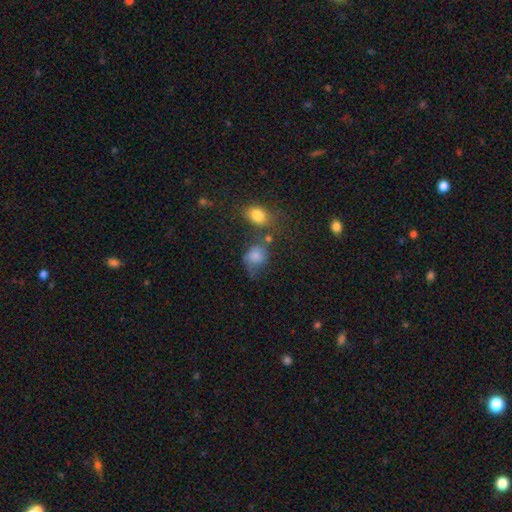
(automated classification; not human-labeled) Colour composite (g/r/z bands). It shows a smooth galaxy with no disk features (76%) that is round (50%). Merging: none (40%).